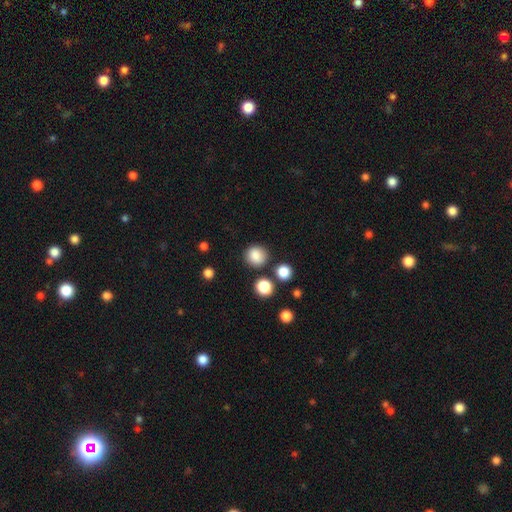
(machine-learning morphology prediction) smooth 85%, star or artifact 10%, featured or disk 4%. Down the decision tree: how rounded — round (88%); merging — none (81%).